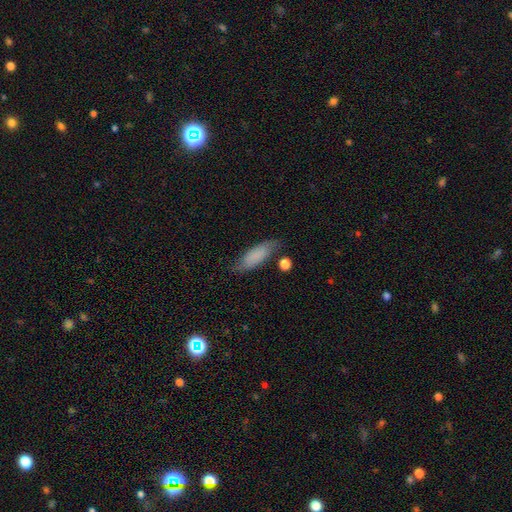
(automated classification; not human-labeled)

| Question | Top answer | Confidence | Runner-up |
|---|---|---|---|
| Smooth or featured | smooth | 78% | featured or disk (15%) |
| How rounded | in between | 61% | cigar-shaped (36%) |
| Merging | none | 71% | minor disturbance (20%) |